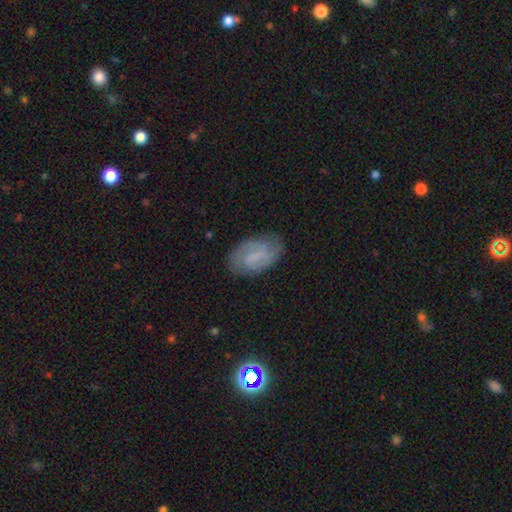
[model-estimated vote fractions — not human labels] Q: Smooth or featured?
A: featured or disk (52%); runner-up: smooth (39%)
Q: Edge-on disk?
A: no (96%); runner-up: yes (4%)
Q: Bar?
A: weak (53%); runner-up: no (26%)
Q: Spiral arms?
A: yes (81%); runner-up: no (19%)
Q: Bulge size?
A: none (51%); runner-up: small (29%)
Q: Merging?
A: none (74%); runner-up: minor disturbance (19%)